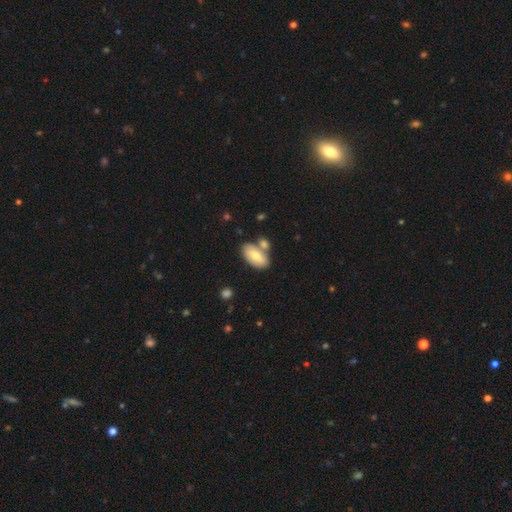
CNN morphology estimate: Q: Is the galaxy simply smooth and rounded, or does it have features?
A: smooth — 72%.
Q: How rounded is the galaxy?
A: in between — 92%.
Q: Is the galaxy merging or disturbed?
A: none — 58%.